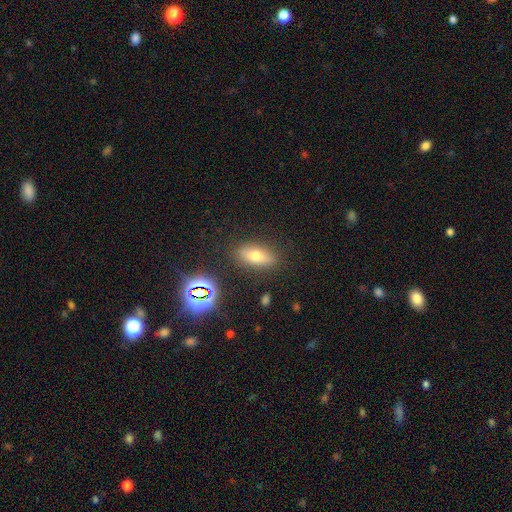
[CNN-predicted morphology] Q: Smooth or featured?
A: smooth (62%); runner-up: featured or disk (22%)
Q: How rounded?
A: in between (75%); runner-up: cigar-shaped (18%)
Q: Merging?
A: none (86%); runner-up: minor disturbance (9%)